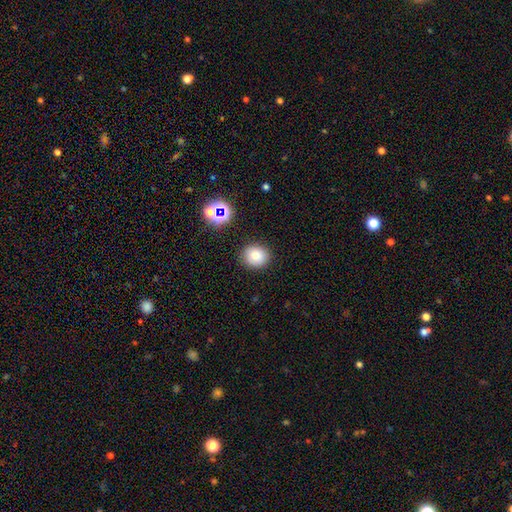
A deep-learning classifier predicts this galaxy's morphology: smooth_or_featured: smooth (p=0.77) [alt: star or artifact p=0.14]
how_rounded: round (p=0.82) [alt: in between p=0.17]
merging: none (p=0.88) [alt: minor disturbance p=0.08]